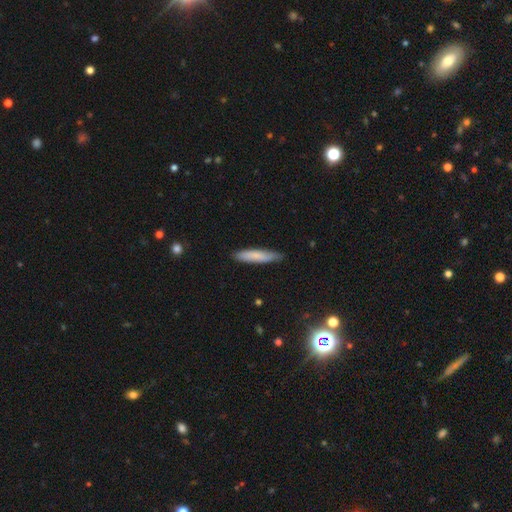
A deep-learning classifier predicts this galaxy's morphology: Overall: smooth (79%). How rounded: cigar-shaped (85%). Merging: none (83%).